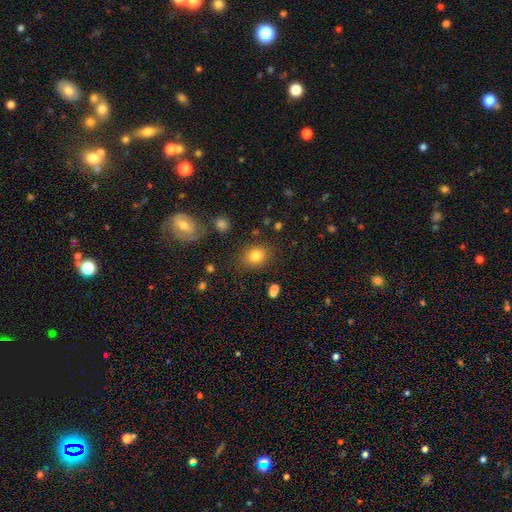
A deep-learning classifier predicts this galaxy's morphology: Smooth or featured? Predicted: smooth (p=0.82). How rounded? Predicted: round (p=0.51). Merging? Predicted: none (p=0.80).